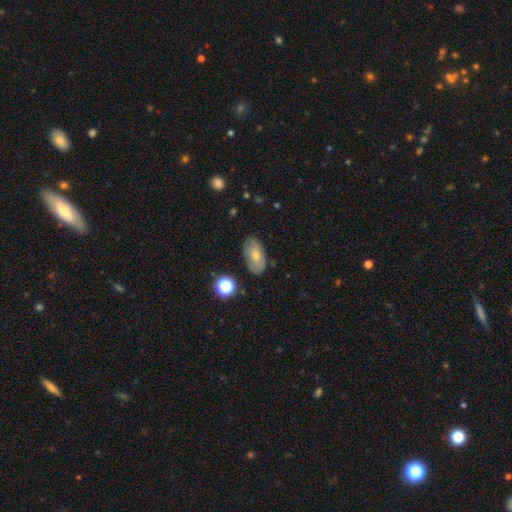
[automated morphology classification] This is possibly a smooth galaxy (59%). How rounded: clearly in between (91%). Merging: likely none (75%).